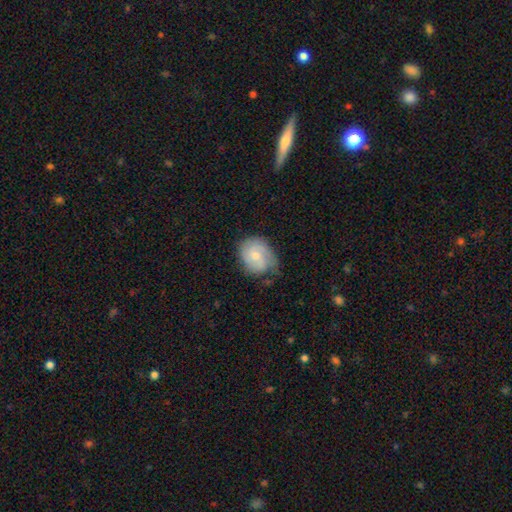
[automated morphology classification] A featured or disk galaxy (52%) with no bar (67%), spiral arms (84%) and a moderate central bulge (49%). Merging: none (55%).